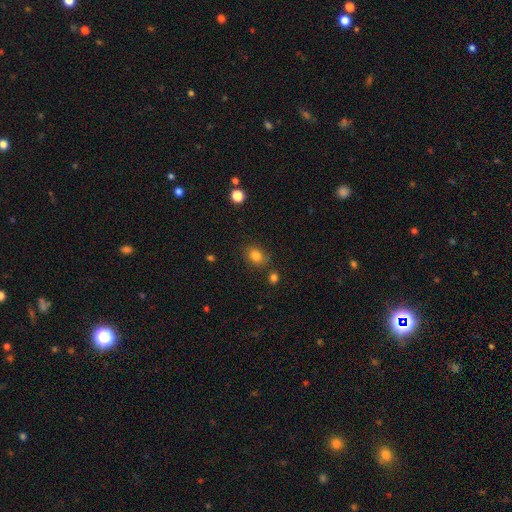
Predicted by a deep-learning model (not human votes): Smooth or featured?
  - smooth: 82% *
  - star or artifact: 12%
  - featured or disk: 7%
How rounded?
  - round: 50% *
  - in between: 49%
  - cigar-shaped: 1%
Merging?
  - none: 78% *
  - minor disturbance: 14%
  - merger: 4%
  - major disturbance: 4%